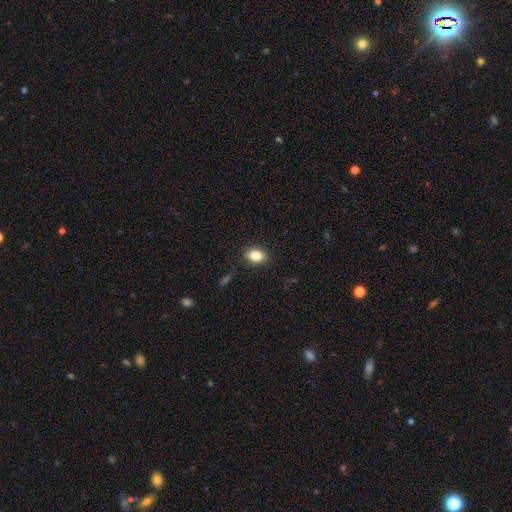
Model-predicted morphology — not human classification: Smooth or featured?
  - smooth: 85% *
  - star or artifact: 9%
  - featured or disk: 6%
How rounded?
  - in between: 72% *
  - round: 26%
  - cigar-shaped: 1%
Merging?
  - none: 89% *
  - minor disturbance: 8%
  - major disturbance: 2%
  - merger: 1%